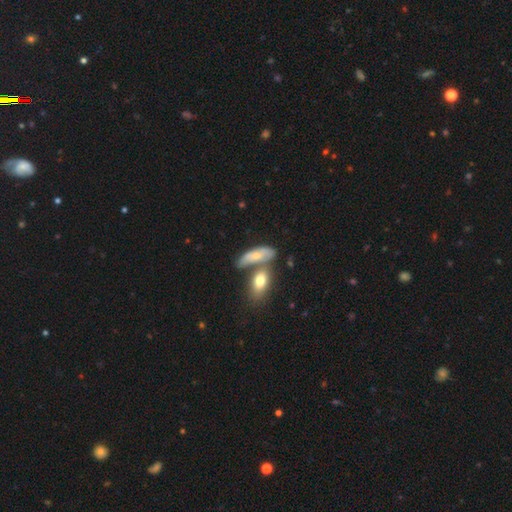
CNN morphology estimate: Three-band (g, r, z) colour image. It shows a smooth galaxy with no disk features (62%) that is in between round and cigar-shaped (67%). Merging: none (40%, tied with merger).